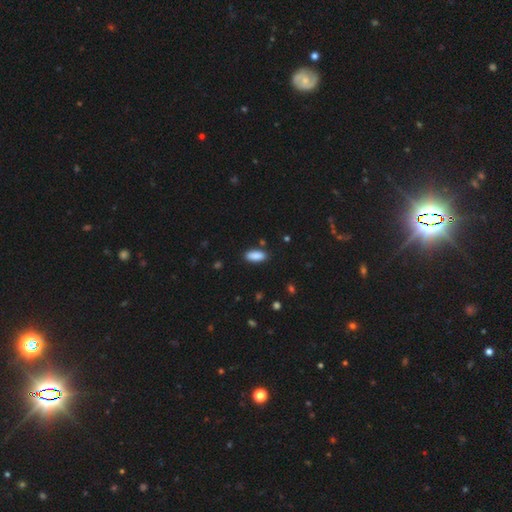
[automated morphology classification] This appears to be a smooth galaxy with no disk features (90%) that is in between round and cigar-shaped (81%). Merging: none (87%).